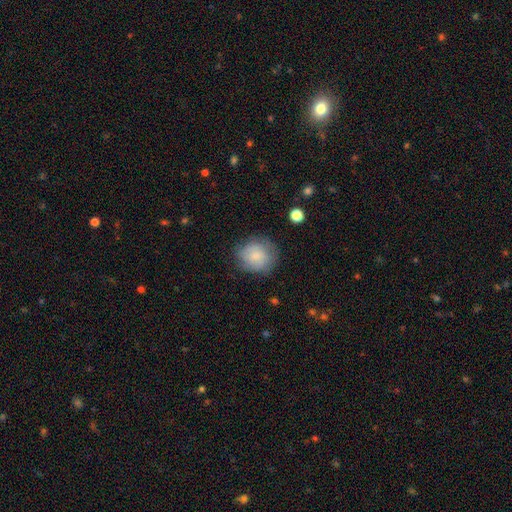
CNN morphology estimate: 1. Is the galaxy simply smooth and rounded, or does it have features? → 74% smooth, 18% featured or disk, 8% star or artifact.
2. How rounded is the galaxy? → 83% round, 16% in between, 1% cigar-shaped.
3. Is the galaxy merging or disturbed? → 73% none, 19% minor disturbance, 6% major disturbance, 1% merger.